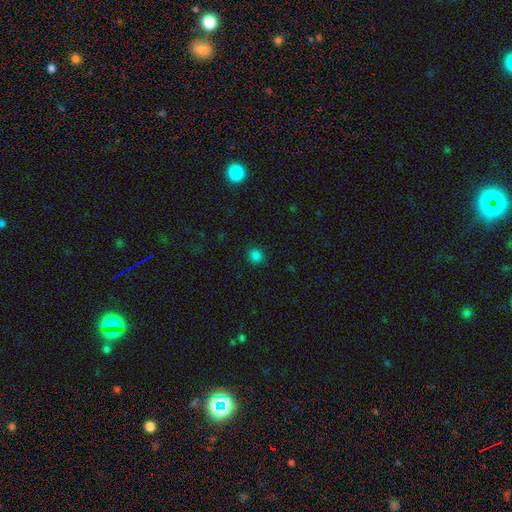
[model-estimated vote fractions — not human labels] Morphology: type=smooth (81%); roundness=round (88%); merging=none (90%).